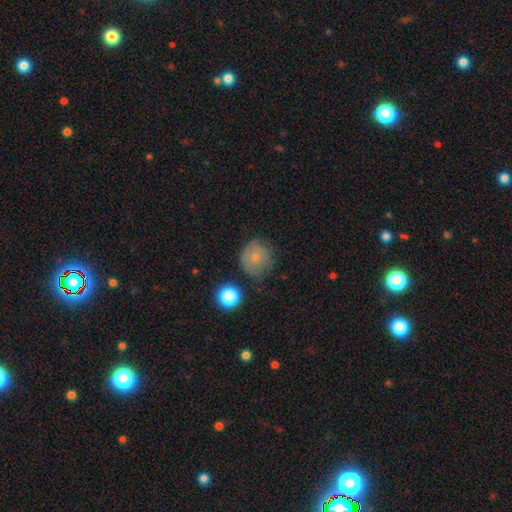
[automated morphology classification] smooth_or_featured: smooth (p=0.68) [alt: featured or disk p=0.22]
how_rounded: round (p=0.88) [alt: in between p=0.11]
merging: none (p=0.62) [alt: minor disturbance p=0.26]